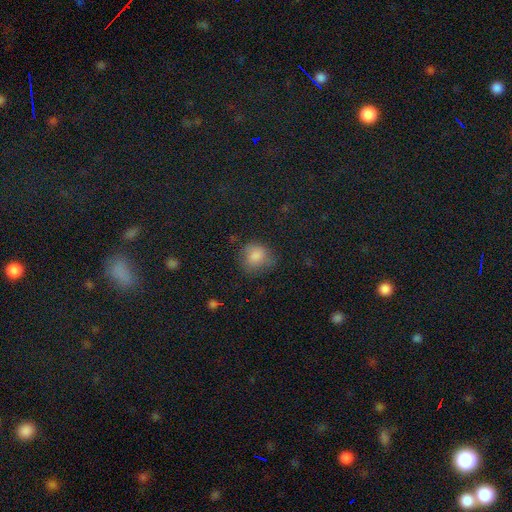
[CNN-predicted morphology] A smooth galaxy with no disk features (80%) that is round (74%).

Vote fractions:
- Smooth or featured? smooth: 80% / star or artifact: 10% / featured or disk: 9%
- How rounded? round: 74% / in between: 25% / cigar-shaped: 1%
- Merging? none: 62% / minor disturbance: 26% / major disturbance: 10% / merger: 2%